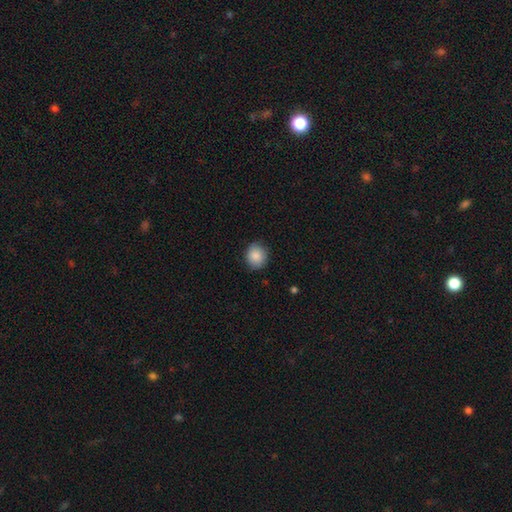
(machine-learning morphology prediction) A smooth galaxy with no disk features (87%) that is round (84%). Merging: none (85%).